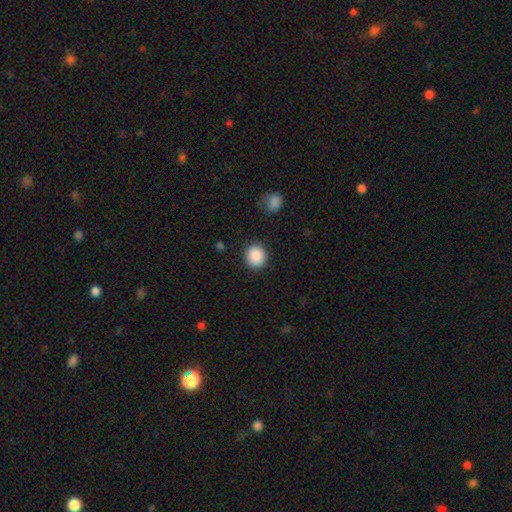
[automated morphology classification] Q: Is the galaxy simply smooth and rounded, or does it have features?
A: smooth — 89%.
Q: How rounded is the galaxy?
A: round — 89%.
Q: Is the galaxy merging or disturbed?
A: none — 90%.